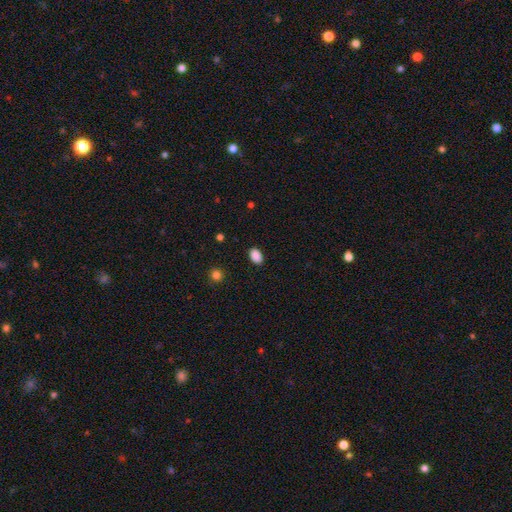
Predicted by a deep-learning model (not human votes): A smooth galaxy with no disk features (89%) that is in between round and cigar-shaped (88%). Merging: none (89%).